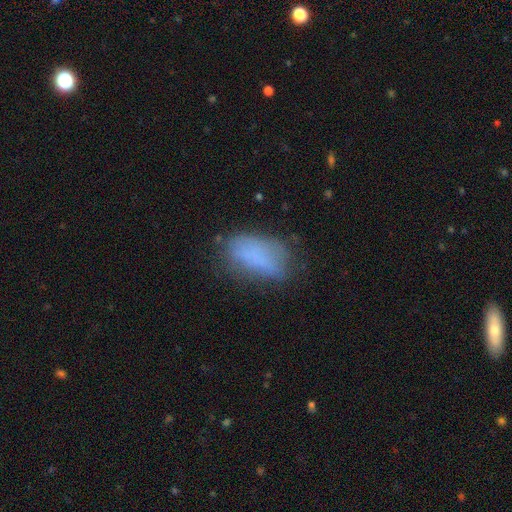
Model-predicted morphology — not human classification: A smooth galaxy with no disk features (73%) that is in between round and cigar-shaped (91%).

Vote fractions:
- Smooth or featured? smooth: 73% / featured or disk: 16% / star or artifact: 11%
- How rounded? in between: 91% / round: 5% / cigar-shaped: 4%
- Merging? none: 57% / minor disturbance: 27% / major disturbance: 14% / merger: 2%